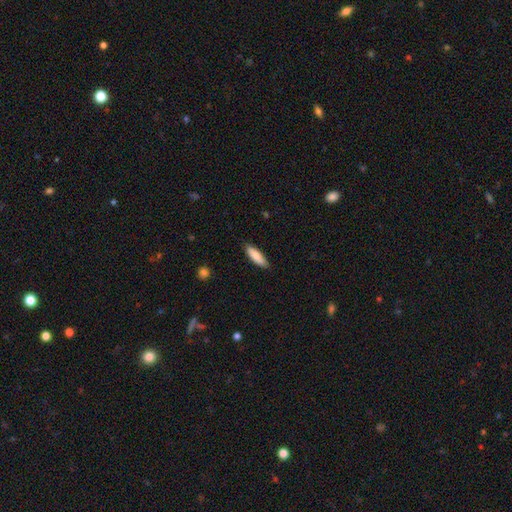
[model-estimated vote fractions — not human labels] This is clearly a smooth galaxy (82%). How rounded: possibly cigar-shaped (56%). Merging: clearly none (85%).